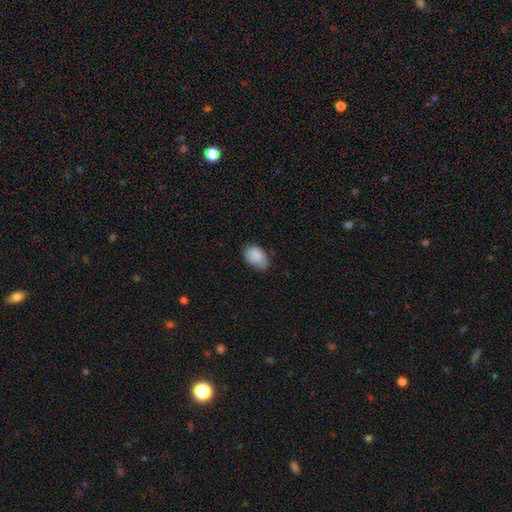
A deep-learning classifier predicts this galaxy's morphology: Smooth or featured? Predicted: smooth (p=0.86). How rounded? Predicted: in between (p=0.81). Merging? Predicted: none (p=0.58).